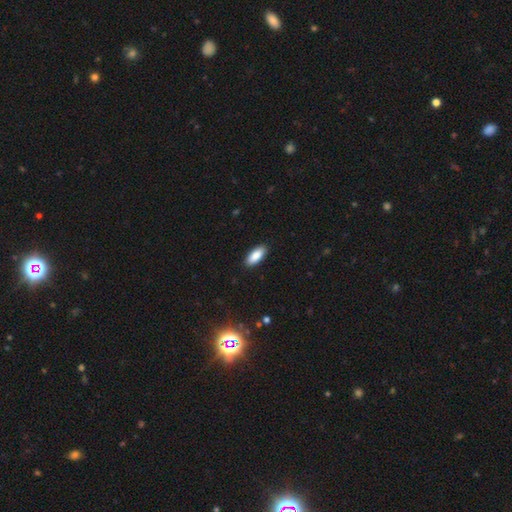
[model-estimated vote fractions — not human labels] This appears to be a smooth galaxy with no disk features (88%) that is in between round and cigar-shaped (84%). Merging: none (90%).